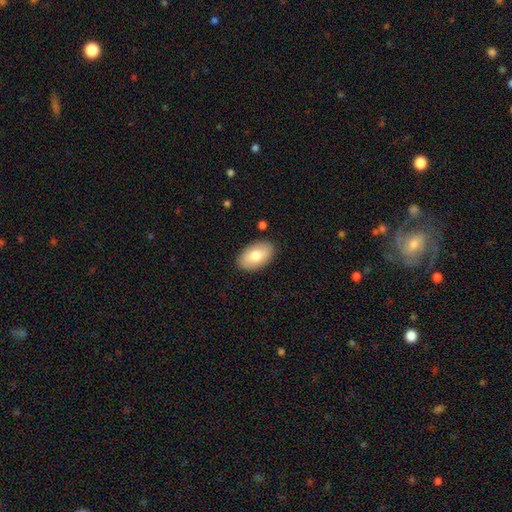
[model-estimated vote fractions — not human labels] The model was most divided on "smooth or featured": smooth: 75%, featured or disk: 19%, star or artifact: 6%. More confident: how rounded — in between (93%); merging — none (87%).